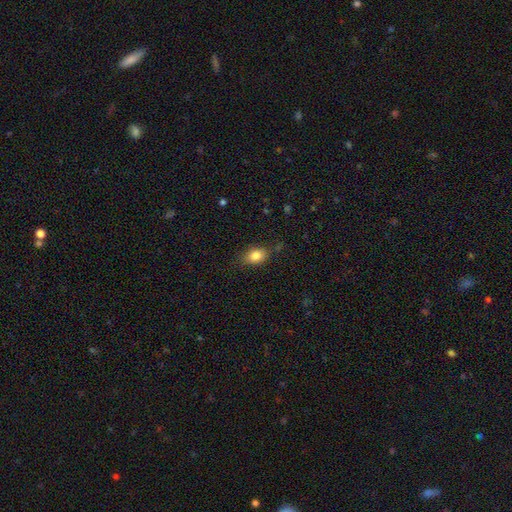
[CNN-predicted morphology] Q: Smooth or featured?
A: smooth (84%); runner-up: star or artifact (9%)
Q: How rounded?
A: in between (74%); runner-up: round (24%)
Q: Merging?
A: none (76%); runner-up: minor disturbance (18%)